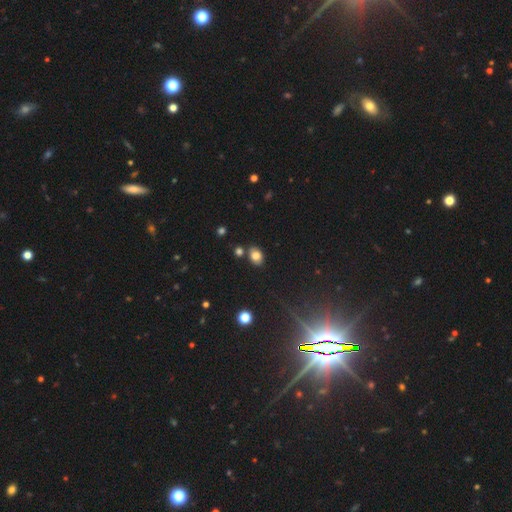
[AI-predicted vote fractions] Smooth or featured? smooth (79%)
How rounded? in between (72%)
Merging? none (77%)